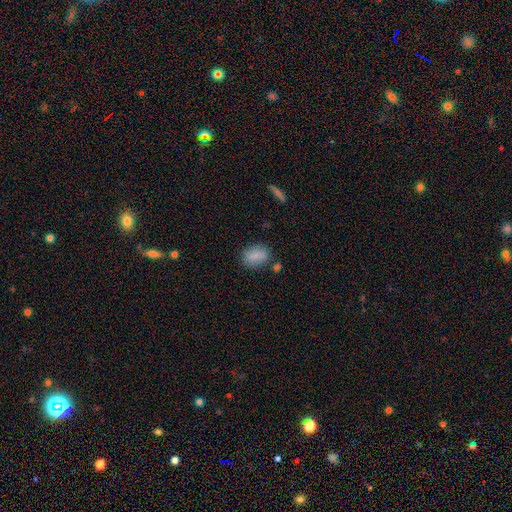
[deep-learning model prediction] Smooth or featured: smooth — 81% (featured or disk — 10%)
How rounded: in between — 71% (round — 27%)
Merging: none — 76% (minor disturbance — 14%)